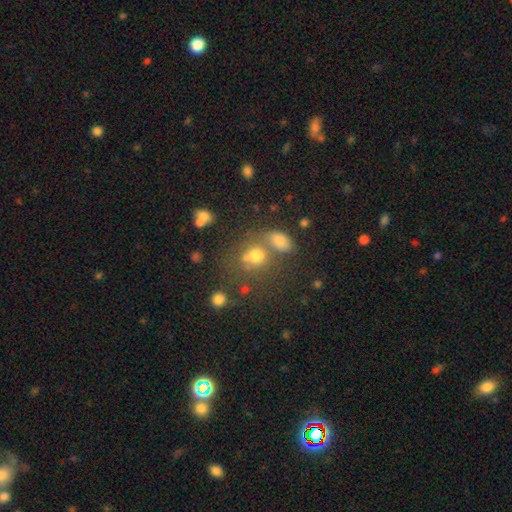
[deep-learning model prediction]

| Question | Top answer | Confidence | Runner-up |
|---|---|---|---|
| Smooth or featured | smooth | 63% | star or artifact (22%) |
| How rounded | round | 60% | in between (38%) |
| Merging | none | 44% | merger (40%) |